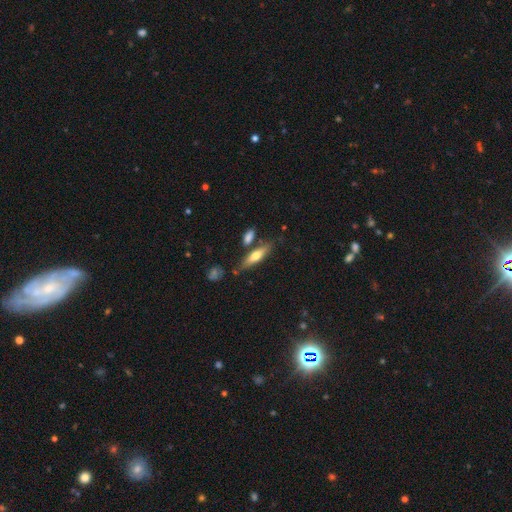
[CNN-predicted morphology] Q: Smooth or featured?
A: smooth (60%); runner-up: featured or disk (33%)
Q: How rounded?
A: cigar-shaped (65%); runner-up: in between (33%)
Q: Merging?
A: none (73%); runner-up: minor disturbance (13%)